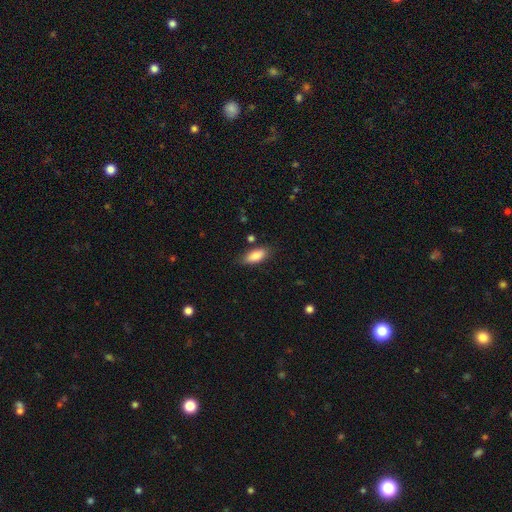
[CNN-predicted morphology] The model was most divided on "merging": none: 77%, minor disturbance: 17%, major disturbance: 3%, merger: 3%. More confident: smooth or featured — smooth (87%); how rounded — in between (83%).